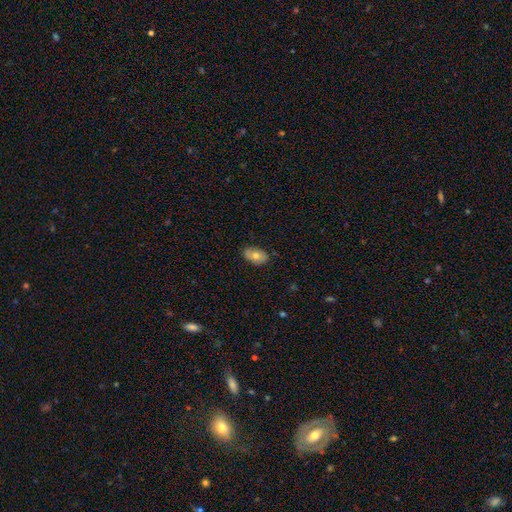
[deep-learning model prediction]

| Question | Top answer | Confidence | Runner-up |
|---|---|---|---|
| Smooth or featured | smooth | 69% | featured or disk (24%) |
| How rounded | in between | 91% | round (7%) |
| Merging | none | 82% | minor disturbance (15%) |